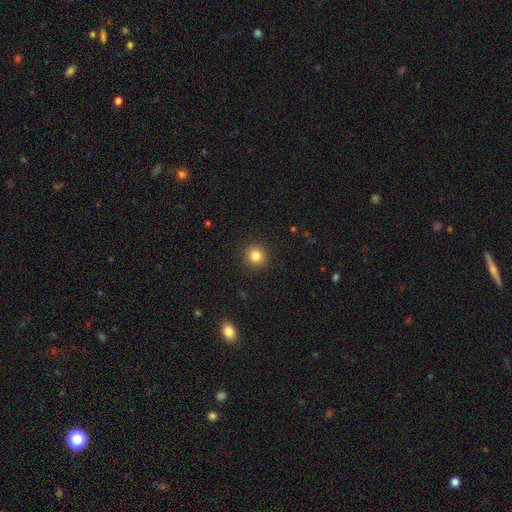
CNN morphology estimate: A smooth galaxy with no disk features (82%) that is round (94%).

Vote fractions:
- Smooth or featured? smooth: 82% / star or artifact: 12% / featured or disk: 6%
- How rounded? round: 94% / in between: 6% / cigar-shaped: 1%
- Merging? none: 92% / minor disturbance: 5% / major disturbance: 2% / merger: 1%